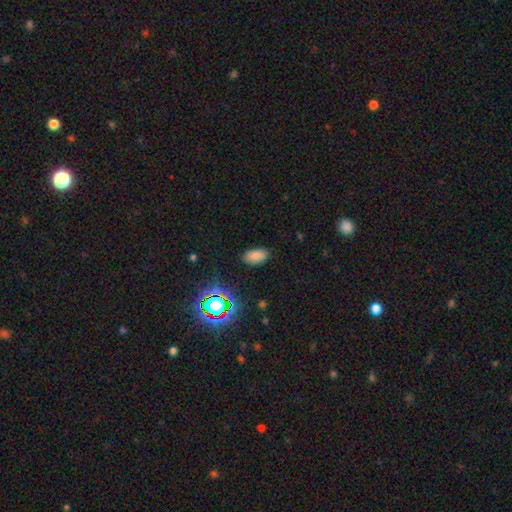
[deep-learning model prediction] Overall: smooth (77%). How rounded: in between (93%). Merging: none (85%).